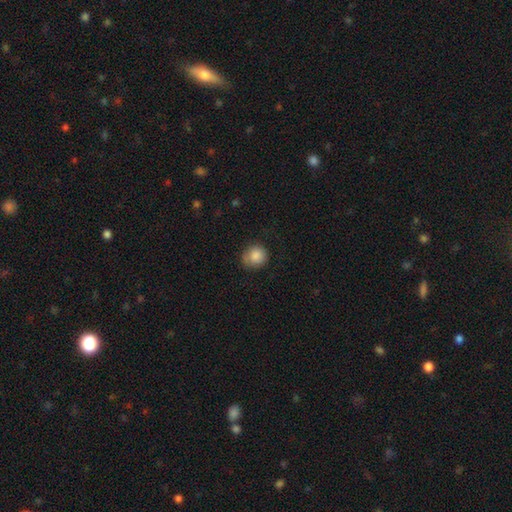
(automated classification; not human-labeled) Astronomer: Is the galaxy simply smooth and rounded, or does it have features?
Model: smooth — 87%.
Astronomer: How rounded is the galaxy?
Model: round — 87%.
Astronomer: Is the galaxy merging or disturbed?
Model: none — 72%.